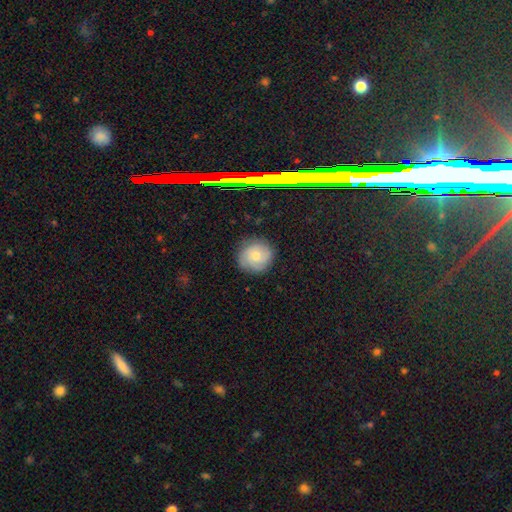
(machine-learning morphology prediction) smooth-or-featured: smooth: 58% | featured or disk: 32% | star or artifact: 11%
  how-rounded: round: 92% | in between: 7% | cigar-shaped: 1%
  merging: none: 84% | minor disturbance: 12% | major disturbance: 3% | merger: 1%